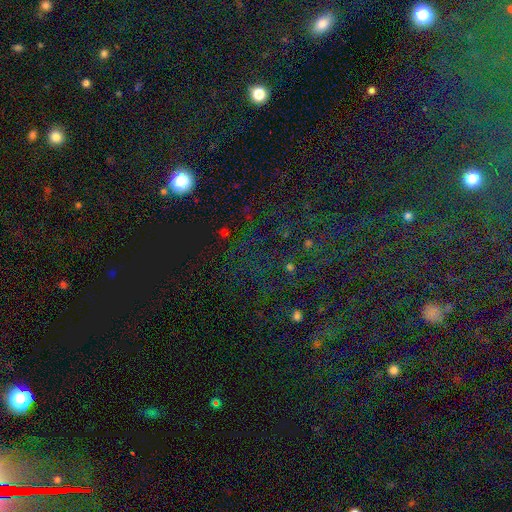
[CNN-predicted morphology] Smooth or featured?
  - star or artifact: 79% *
  - smooth: 13%
  - featured or disk: 8%